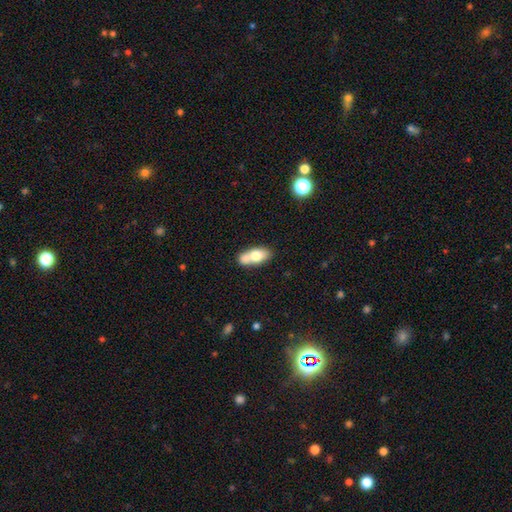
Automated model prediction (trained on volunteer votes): smooth-or-featured: smooth: 70% | featured or disk: 22% | star or artifact: 8%
  how-rounded: in between: 83% | cigar-shaped: 10% | round: 7%
  merging: merger: 43% | none: 39% | minor disturbance: 14% | major disturbance: 5%